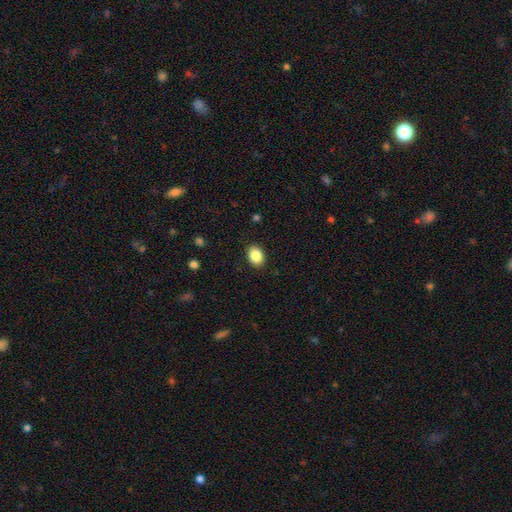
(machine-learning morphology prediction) Smooth or featured? Predicted: smooth (p=0.88). How rounded? Predicted: in between (p=0.69). Merging? Predicted: none (p=0.89).